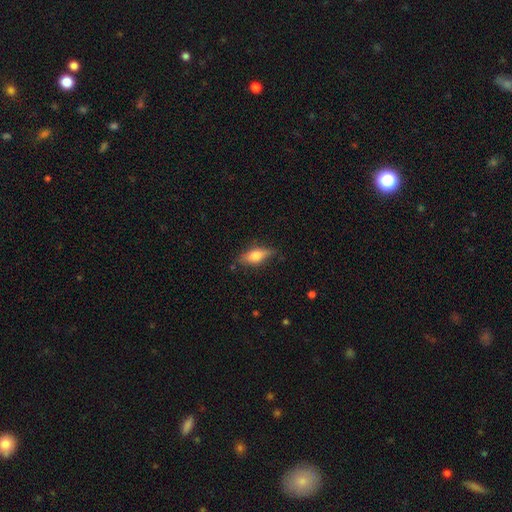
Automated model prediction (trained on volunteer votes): Smooth or featured?
  - smooth: 57% *
  - featured or disk: 36%
  - star or artifact: 7%
How rounded?
  - in between: 66% *
  - cigar-shaped: 30%
  - round: 4%
Merging?
  - none: 77% *
  - minor disturbance: 18%
  - major disturbance: 4%
  - merger: 2%